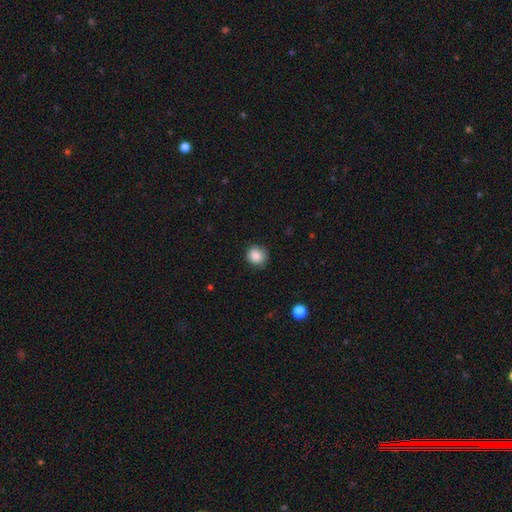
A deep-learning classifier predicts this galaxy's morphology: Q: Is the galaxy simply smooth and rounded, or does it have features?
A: smooth — 86%.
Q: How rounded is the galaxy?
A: round — 88%.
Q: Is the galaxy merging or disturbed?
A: none — 86%.